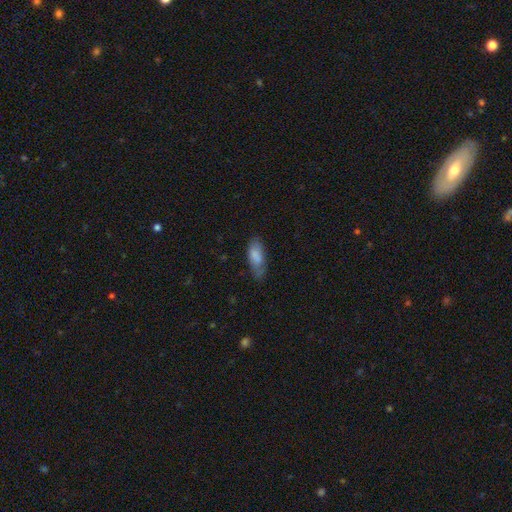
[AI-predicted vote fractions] A smooth galaxy with no disk features (79%) that is in between round and cigar-shaped (75%).

Vote fractions:
- Smooth or featured? smooth: 79% / featured or disk: 14% / star or artifact: 7%
- How rounded? in between: 75% / cigar-shaped: 23% / round: 2%
- Merging? none: 54% / minor disturbance: 33% / major disturbance: 10% / merger: 2%